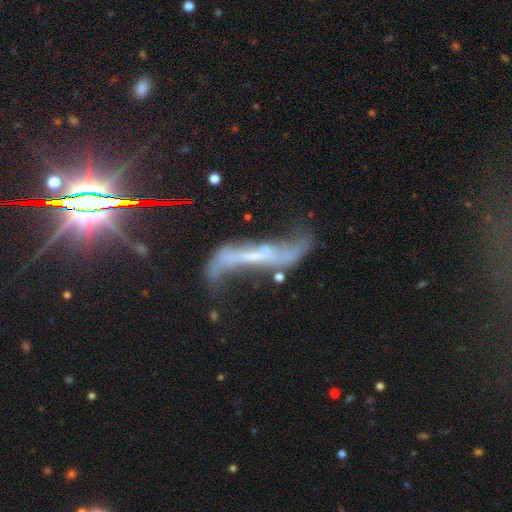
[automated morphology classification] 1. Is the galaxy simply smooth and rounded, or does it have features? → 75% featured or disk, 14% star or artifact, 11% smooth.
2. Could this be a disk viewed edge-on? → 74% no, 26% yes.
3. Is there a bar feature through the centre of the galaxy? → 47% strong, 29% no, 24% weak.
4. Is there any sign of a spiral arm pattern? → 81% yes, 19% no.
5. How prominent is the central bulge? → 43% small, 42% none, 11% moderate, 2% large, 2% dominant.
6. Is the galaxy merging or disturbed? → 41% none, 27% major disturbance, 20% minor disturbance, 12% merger.